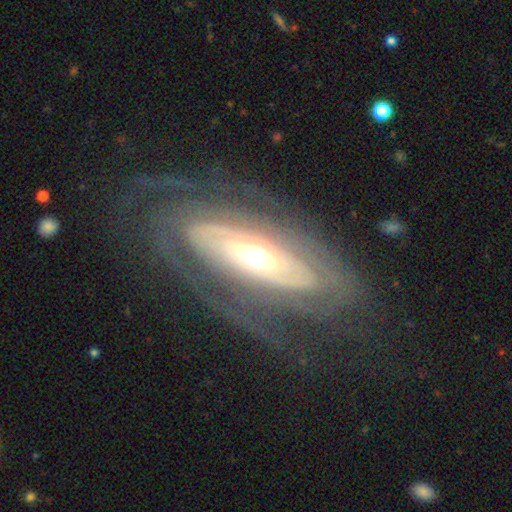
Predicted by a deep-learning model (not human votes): A featured or disk galaxy (86%) with no bar (51%), tight (70%) spiral arms (88%) and a moderate central bulge (62%). Merging: none (72%).